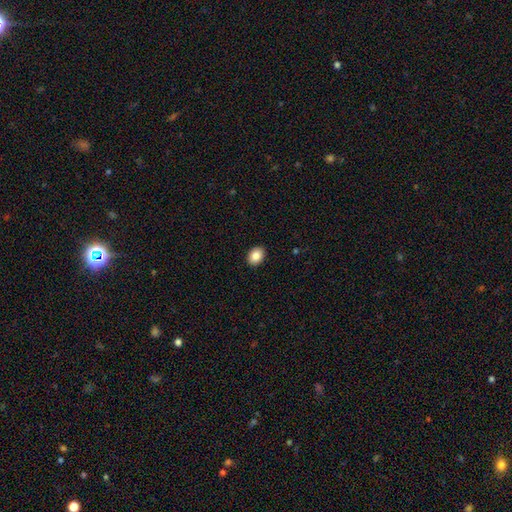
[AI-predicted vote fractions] This appears to be a smooth galaxy with no disk features (86%) that is in between round and cigar-shaped (70%). Merging: none (91%).